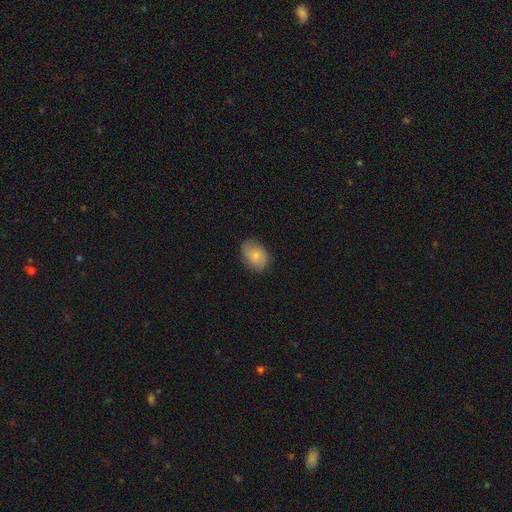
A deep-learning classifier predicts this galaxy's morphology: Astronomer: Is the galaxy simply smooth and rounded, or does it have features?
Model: smooth — 75%.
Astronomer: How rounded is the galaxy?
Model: in between — 78%.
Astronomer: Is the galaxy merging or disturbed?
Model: none — 78%.